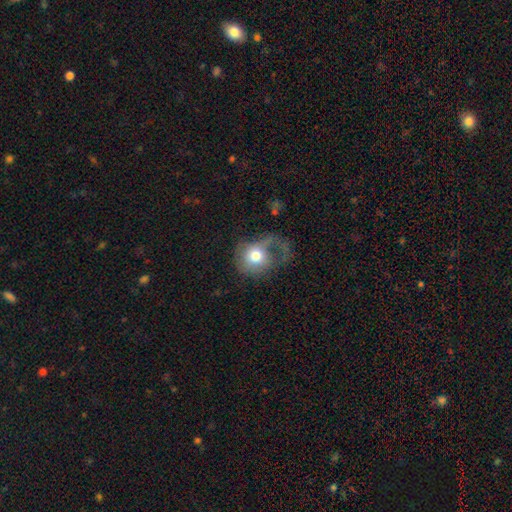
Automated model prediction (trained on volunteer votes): A smooth galaxy with no disk features (66%) that is round (71%).

Vote fractions:
- Smooth or featured? smooth: 66% / featured or disk: 25% / star or artifact: 9%
- How rounded? round: 71% / in between: 28% / cigar-shaped: 1%
- Merging? major disturbance: 58% / none: 20% / minor disturbance: 19% / merger: 4%